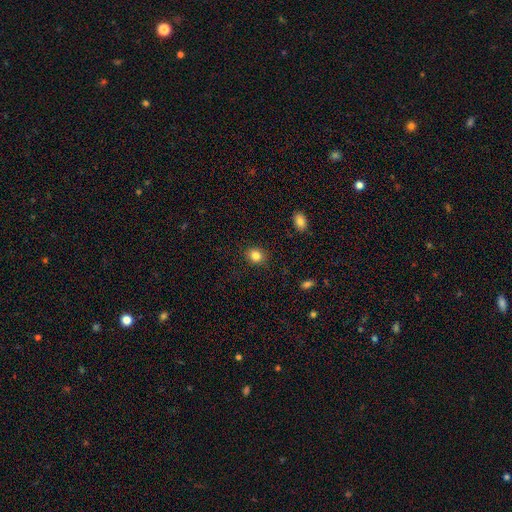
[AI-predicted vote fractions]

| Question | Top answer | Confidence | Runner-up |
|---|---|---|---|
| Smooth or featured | smooth | 84% | star or artifact (11%) |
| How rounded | round | 71% | in between (28%) |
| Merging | none | 89% | minor disturbance (8%) |